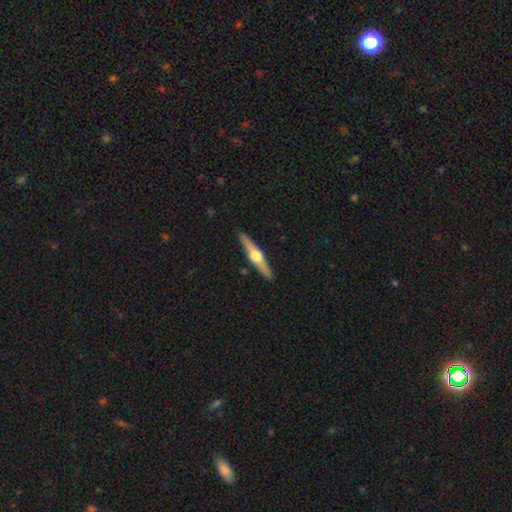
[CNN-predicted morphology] This is likely a featured or disk galaxy (72%). It is clearly viewed edge-on (97%). Edge-on bulge: clearly rounded (95%). Merging: clearly none (91%).